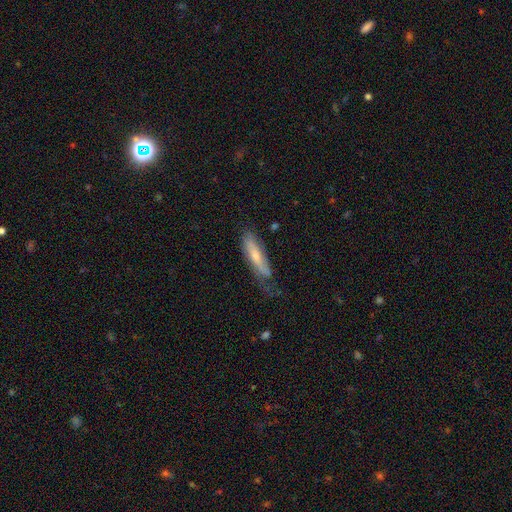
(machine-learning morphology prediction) smooth 49%, featured or disk 45%, star or artifact 6%. Down the decision tree: merging — none (50%).